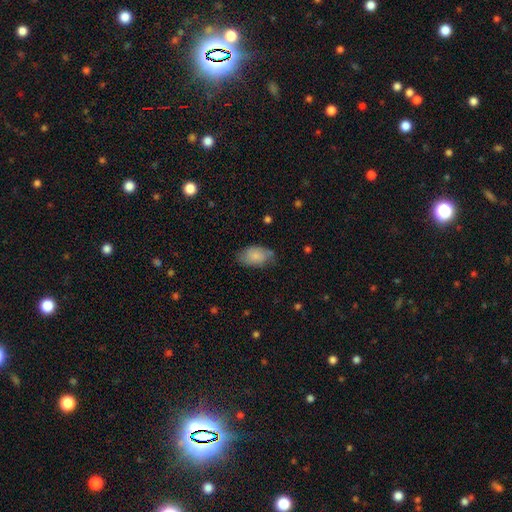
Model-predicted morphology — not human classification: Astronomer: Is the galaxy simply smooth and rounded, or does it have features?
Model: smooth — 79%.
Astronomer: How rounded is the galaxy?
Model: in between — 93%.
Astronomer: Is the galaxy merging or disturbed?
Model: none — 66%.